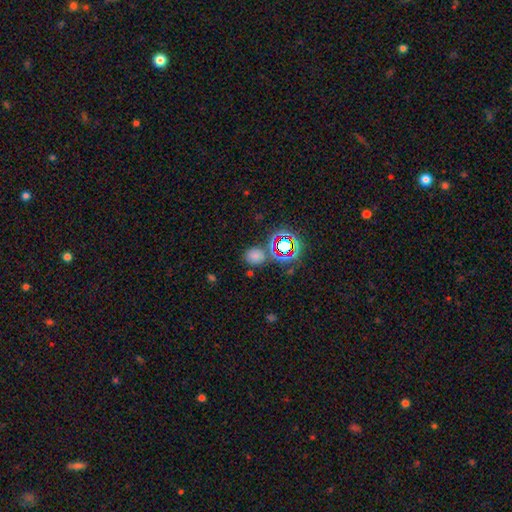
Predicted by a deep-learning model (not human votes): The model was most divided on "smooth or featured": smooth: 62%, star or artifact: 31%, featured or disk: 7%. More confident: merging — none (74%); how rounded — round (71%).